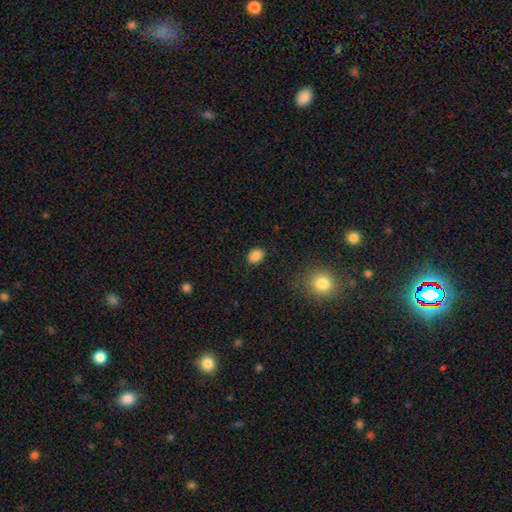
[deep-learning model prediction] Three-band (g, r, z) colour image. It shows a smooth galaxy with no disk features (86%) that is in between round and cigar-shaped (64%). Merging: none (86%).